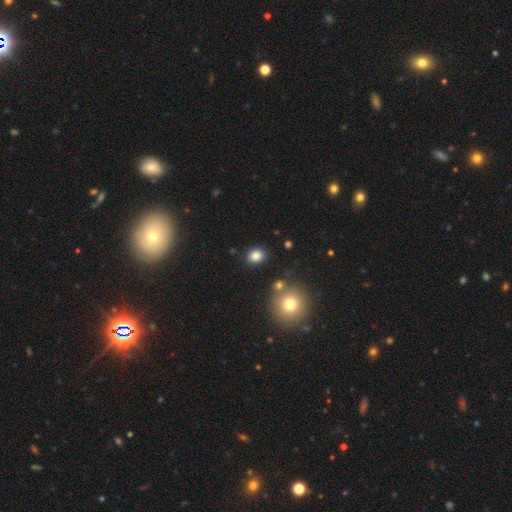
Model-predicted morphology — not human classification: type=smooth (84%); roundness=in between (50%); merging=none (85%).